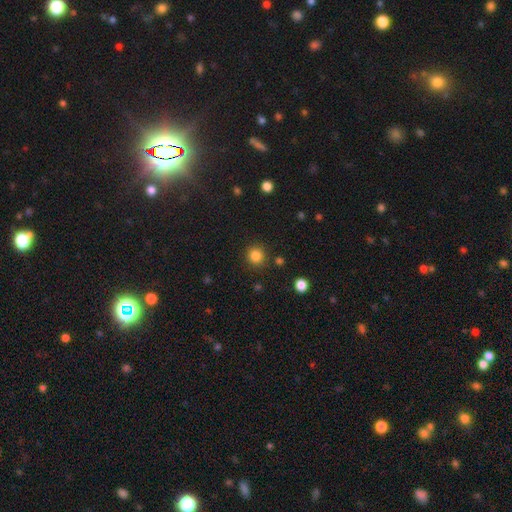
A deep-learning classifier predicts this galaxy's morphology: Smooth or featured?
  - smooth: 84% *
  - star or artifact: 12%
  - featured or disk: 4%
How rounded?
  - round: 92% *
  - in between: 7%
  - cigar-shaped: 1%
Merging?
  - none: 88% *
  - minor disturbance: 7%
  - major disturbance: 3%
  - merger: 3%